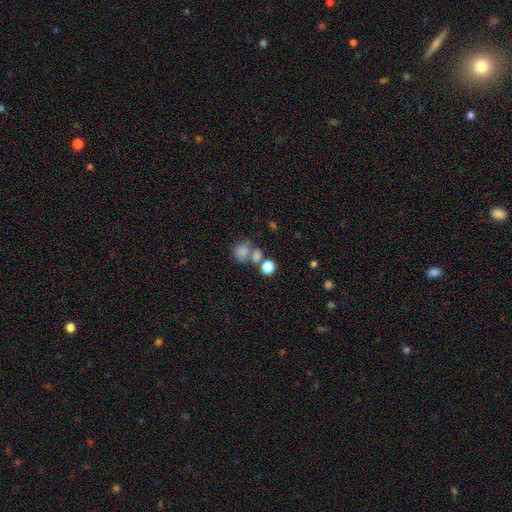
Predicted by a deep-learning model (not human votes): Smooth or featured: smooth — 73% (star or artifact — 14%)
How rounded: round — 71% (in between — 28%)
Merging: merger — 42% (none — 39%)